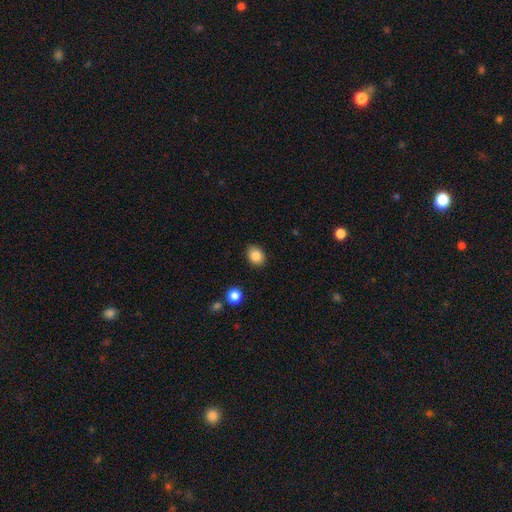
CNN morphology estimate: smooth_or_featured: smooth (p=0.85) [alt: star or artifact p=0.09]
how_rounded: in between (p=0.59) [alt: round p=0.40]
merging: none (p=0.88) [alt: minor disturbance p=0.08]